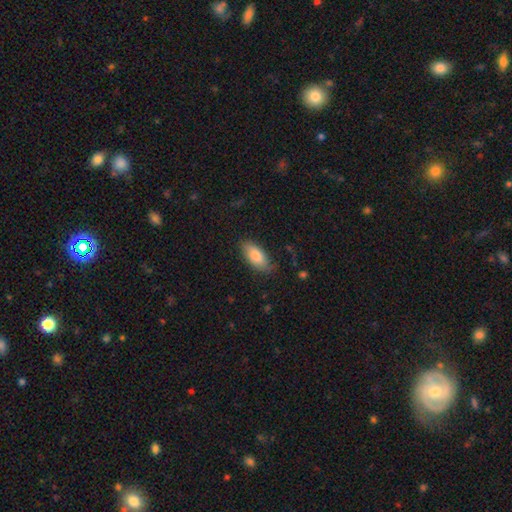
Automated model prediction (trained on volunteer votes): A smooth galaxy with no disk features (81%) that is in between round and cigar-shaped (86%). Merging: none (78%).